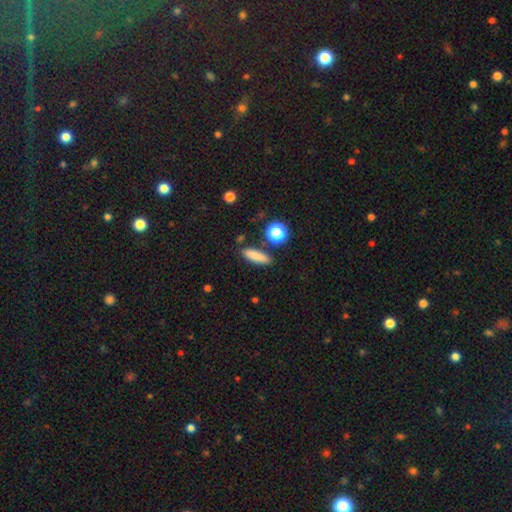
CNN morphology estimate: A smooth galaxy with no disk features (83%) that is cigar-shaped (57%).

Vote fractions:
- Smooth or featured? smooth: 83% / star or artifact: 10% / featured or disk: 8%
- How rounded? cigar-shaped: 57% / in between: 37% / round: 6%
- Merging? none: 83% / minor disturbance: 10% / merger: 4% / major disturbance: 3%